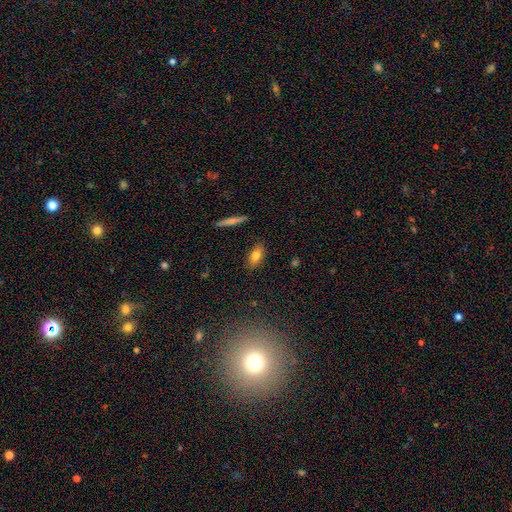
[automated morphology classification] A smooth galaxy with no disk features (78%) that is in between round and cigar-shaped (83%). Merging: none (86%).